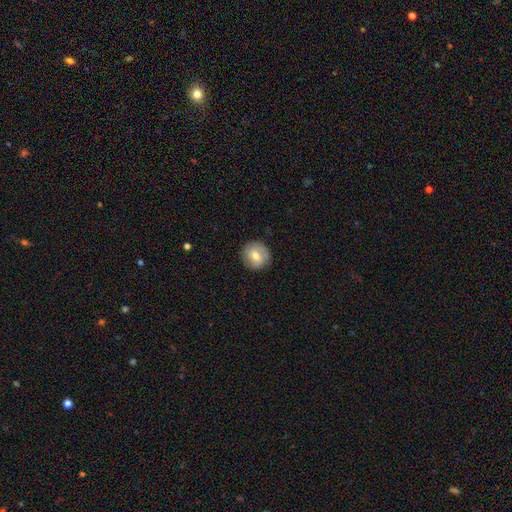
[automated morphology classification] smooth_or_featured: smooth (p=0.61) [alt: featured or disk p=0.31]
how_rounded: round (p=0.90) [alt: in between p=0.09]
merging: none (p=0.86) [alt: minor disturbance p=0.10]